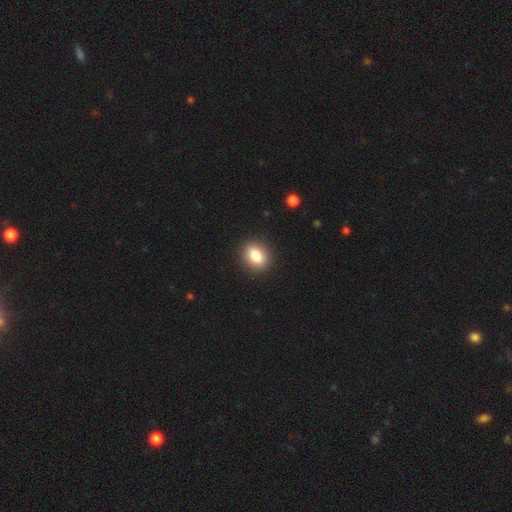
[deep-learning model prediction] A smooth galaxy with no disk features (85%) that is in between round and cigar-shaped (62%). Merging: none (90%).